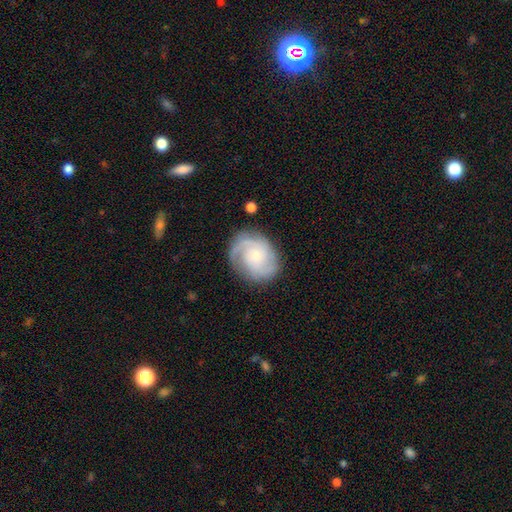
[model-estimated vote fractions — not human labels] Smooth or featured: featured or disk — 81% (smooth — 13%)
Edge-on disk: no — 98% (yes — 2%)
Bar: no — 71% (weak — 26%)
Spiral arms: yes — 96% (no — 4%)
Spiral winding: tight — 53% (medium — 38%)
Spiral arm count: 2 — 38% (3 — 29%)
Bulge size: small — 64% (moderate — 29%)
Merging: none — 77% (minor disturbance — 15%)